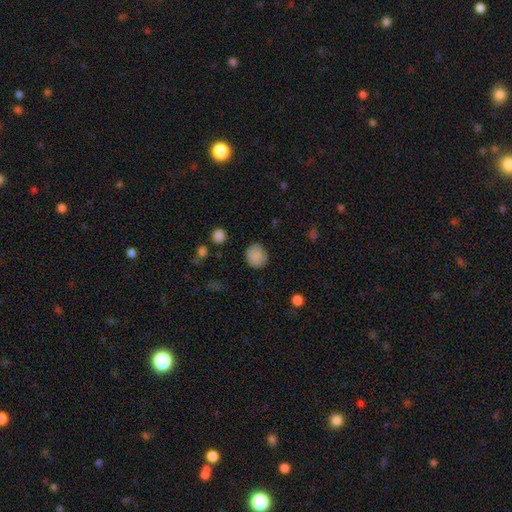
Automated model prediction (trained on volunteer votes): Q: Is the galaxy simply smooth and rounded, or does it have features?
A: smooth — 85%.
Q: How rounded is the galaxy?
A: round — 78%.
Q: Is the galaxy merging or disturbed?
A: none — 83%.